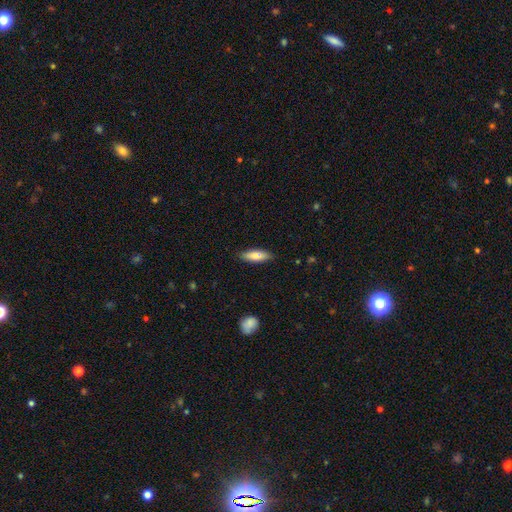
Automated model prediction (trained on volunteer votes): Q: Smooth or featured?
A: smooth (81%); runner-up: featured or disk (13%)
Q: How rounded?
A: in between (56%); runner-up: cigar-shaped (42%)
Q: Merging?
A: none (86%); runner-up: minor disturbance (10%)